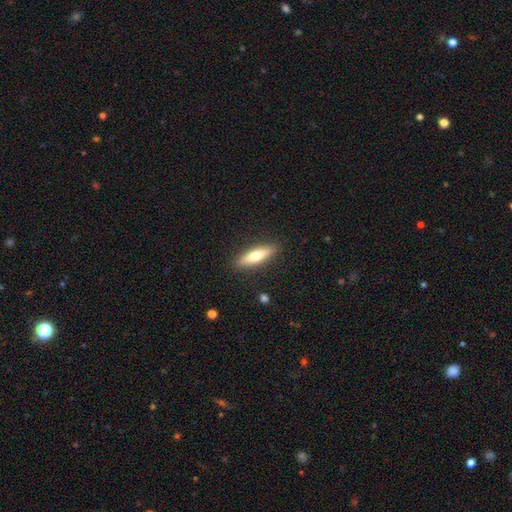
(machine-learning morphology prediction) Smooth or featured? Predicted: smooth (p=0.66). How rounded? Predicted: cigar-shaped (p=0.67). Merging? Predicted: none (p=0.89).